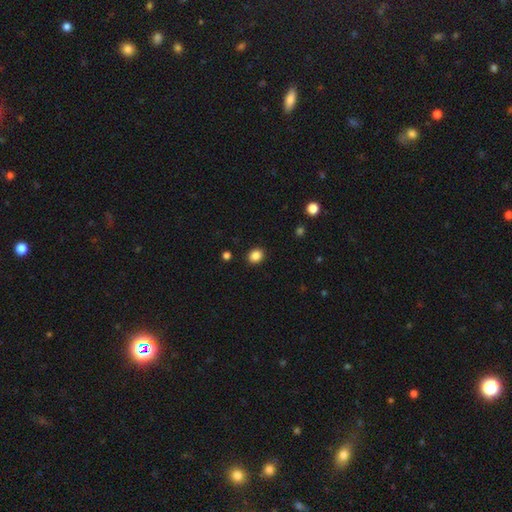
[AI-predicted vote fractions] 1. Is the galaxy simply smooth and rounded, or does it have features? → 86% smooth, 11% star or artifact, 4% featured or disk.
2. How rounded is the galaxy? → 67% round, 32% in between, 1% cigar-shaped.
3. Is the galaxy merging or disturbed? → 91% none, 6% minor disturbance, 2% major disturbance, 1% merger.